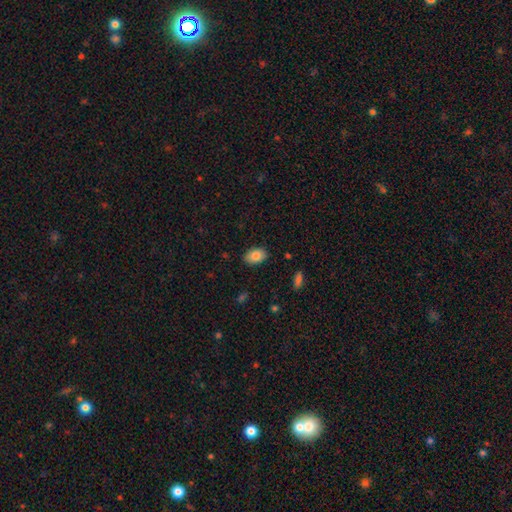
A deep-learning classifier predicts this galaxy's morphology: smooth_or_featured: smooth (p=0.83) [alt: featured or disk p=0.09]
how_rounded: in between (p=0.89) [alt: round p=0.10]
merging: none (p=0.86) [alt: minor disturbance p=0.11]